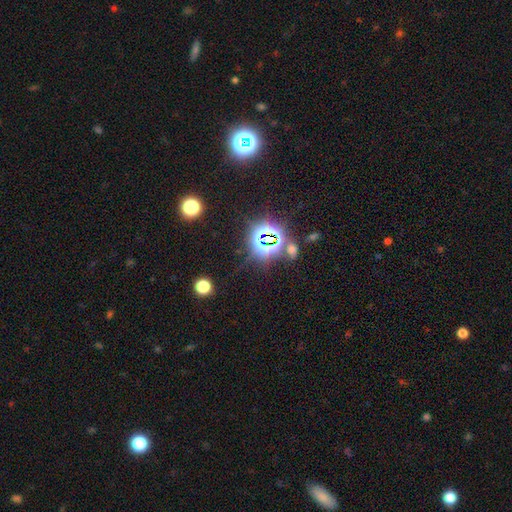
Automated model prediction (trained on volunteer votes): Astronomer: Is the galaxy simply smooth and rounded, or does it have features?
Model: star or artifact — 80%.